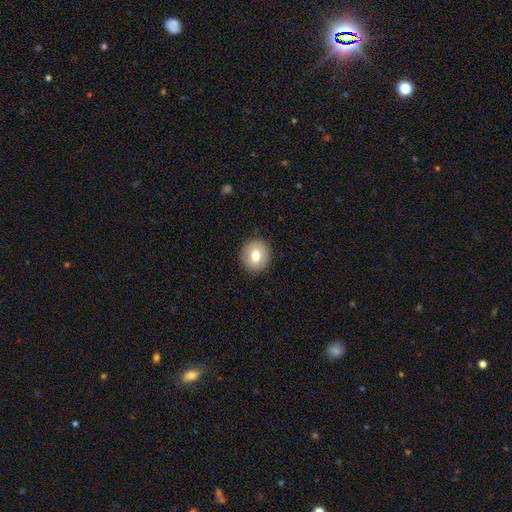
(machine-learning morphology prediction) smooth 76%, featured or disk 15%, star or artifact 9%. Down the decision tree: how rounded — round (87%); merging — none (91%).